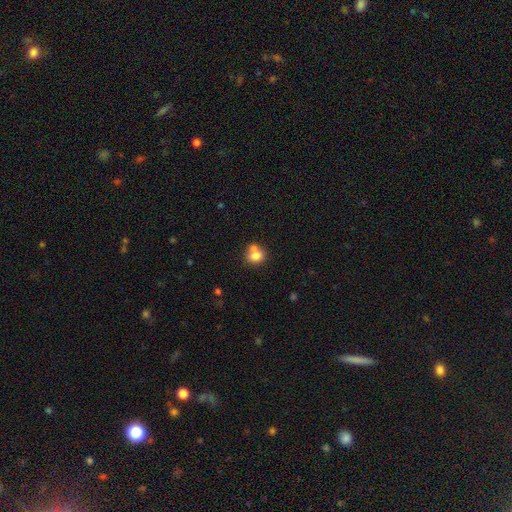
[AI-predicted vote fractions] smooth-or-featured: smooth: 77% | featured or disk: 13% | star or artifact: 10%
  how-rounded: round: 73% | in between: 26% | cigar-shaped: 1%
  merging: none: 45% | merger: 38% | minor disturbance: 13% | major disturbance: 5%